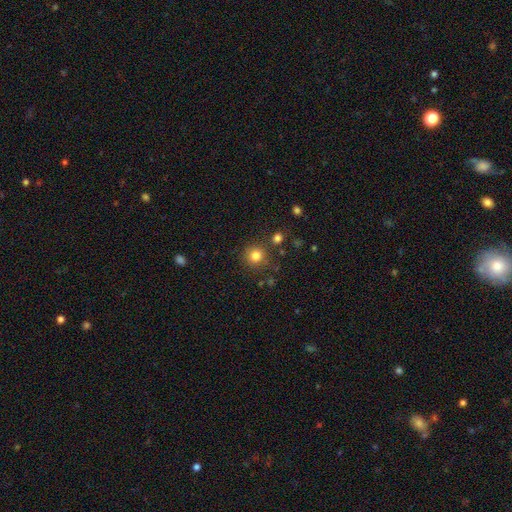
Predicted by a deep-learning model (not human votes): A smooth galaxy with no disk features (81%) that is round (92%).

Vote fractions:
- Smooth or featured? smooth: 81% / star or artifact: 13% / featured or disk: 6%
- How rounded? round: 92% / in between: 7% / cigar-shaped: 1%
- Merging? none: 82% / minor disturbance: 9% / merger: 6% / major disturbance: 3%